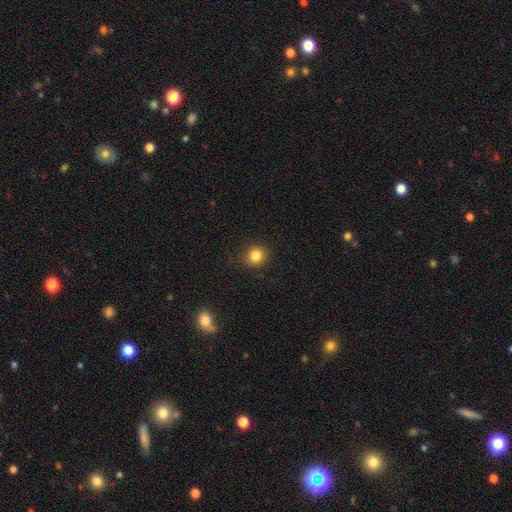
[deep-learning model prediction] smooth-or-featured: smooth: 84% | star or artifact: 11% | featured or disk: 5%
  how-rounded: round: 87% | in between: 13% | cigar-shaped: 1%
  merging: none: 88% | minor disturbance: 8% | major disturbance: 3% | merger: 1%